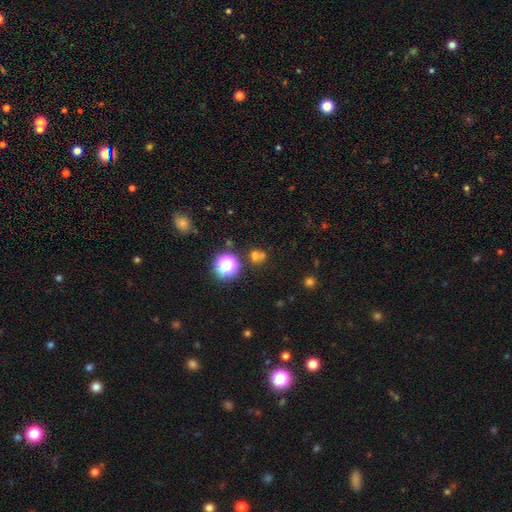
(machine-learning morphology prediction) smooth 60%, star or artifact 31%, featured or disk 9%. Down the decision tree: how rounded — round (81%); merging — none (55%).